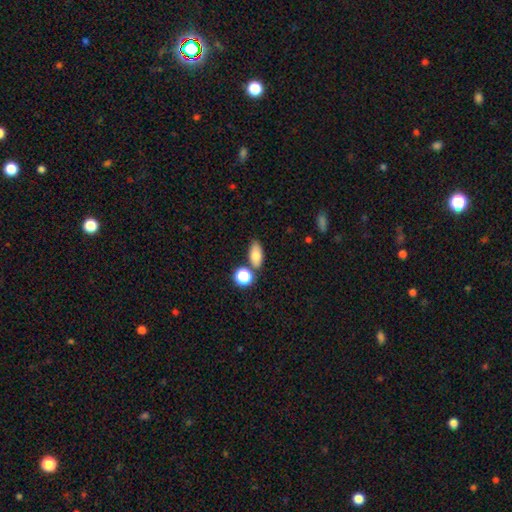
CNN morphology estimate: Q: Smooth or featured?
A: smooth (77%); runner-up: featured or disk (13%)
Q: How rounded?
A: in between (83%); runner-up: round (10%)
Q: Merging?
A: none (71%); runner-up: merger (13%)